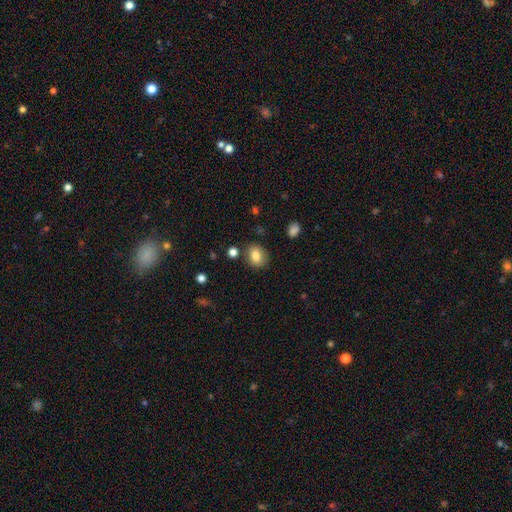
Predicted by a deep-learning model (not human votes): This is clearly a smooth galaxy (82%). How rounded: possibly round (50%). Merging: clearly none (81%).